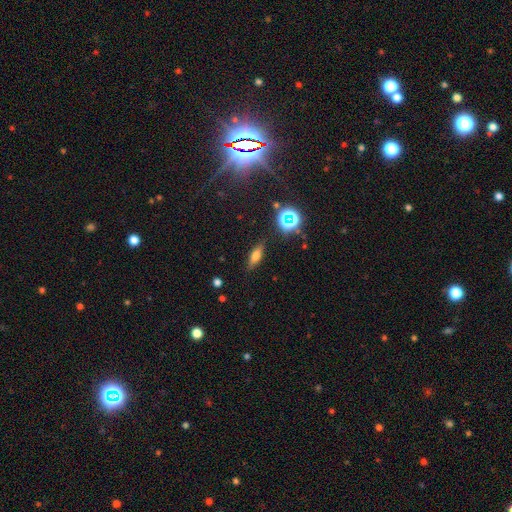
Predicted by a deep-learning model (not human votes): A smooth galaxy with no disk features (59%) that is in between round and cigar-shaped (50%). Merging: none (85%).